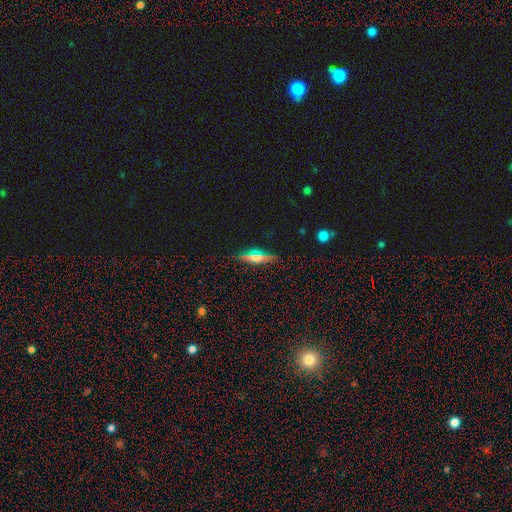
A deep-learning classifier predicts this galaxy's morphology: Smooth or featured? Predicted: smooth (p=0.41). Merging? Predicted: none (p=0.88).